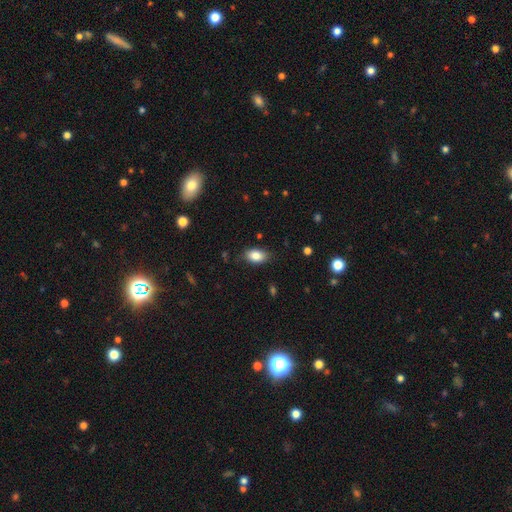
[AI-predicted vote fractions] smooth_or_featured: smooth (p=0.84) [alt: star or artifact p=0.08]
how_rounded: in between (p=0.90) [alt: round p=0.08]
merging: none (p=0.83) [alt: minor disturbance p=0.13]